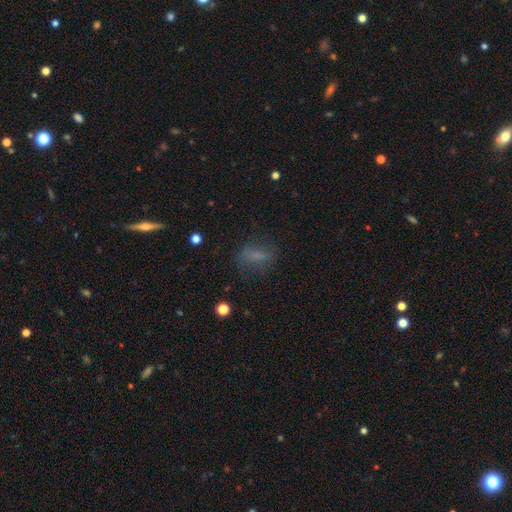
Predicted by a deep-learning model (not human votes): Morphology: type=smooth (64%); roundness=in between (68%); merging=none (66%).